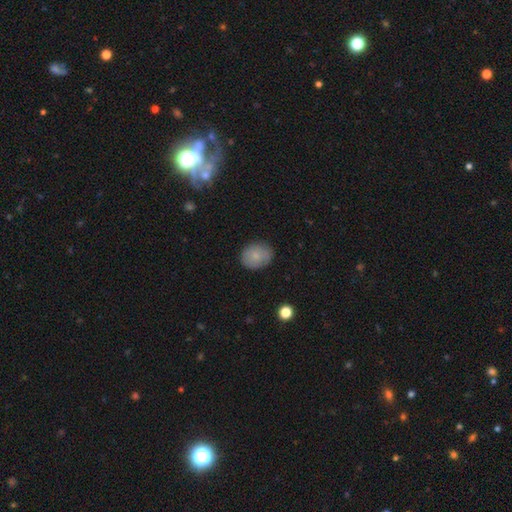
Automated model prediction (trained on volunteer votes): smooth-or-featured: smooth: 81% | featured or disk: 11% | star or artifact: 8%
  how-rounded: round: 56% | in between: 43% | cigar-shaped: 1%
  merging: none: 84% | minor disturbance: 12% | major disturbance: 3% | merger: 1%